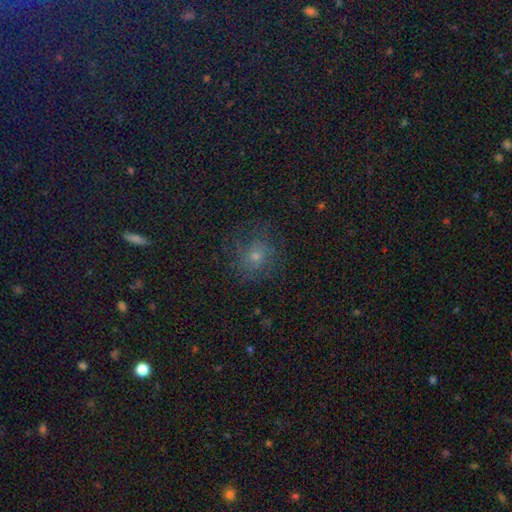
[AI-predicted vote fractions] Overall: smooth (52%; featured or disk 25%). How rounded: round (83%). Merging: none (74%).